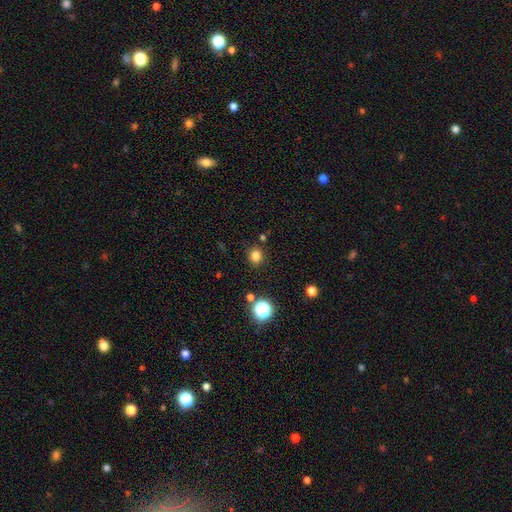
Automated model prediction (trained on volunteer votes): Morphology: type=smooth (80%); roundness=round (80%); merging=none (87%).